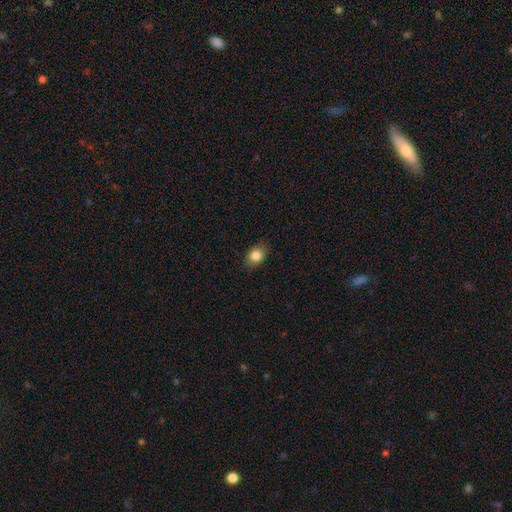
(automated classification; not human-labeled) A smooth galaxy with no disk features (84%) that is in between round and cigar-shaped (64%). Merging: none (84%).